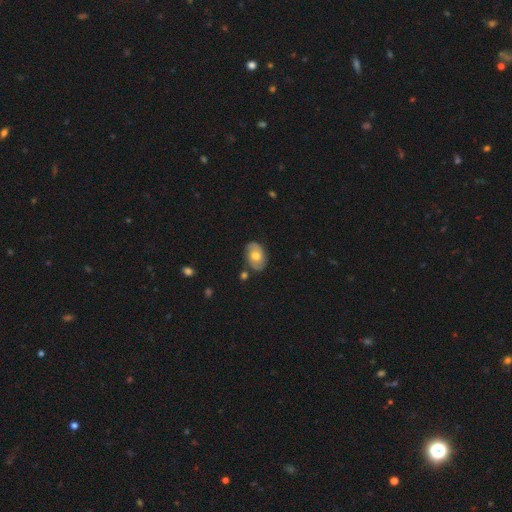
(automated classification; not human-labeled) smooth-or-featured: smooth: 52% | featured or disk: 41% | star or artifact: 7%
  how-rounded: in between: 83% | round: 16% | cigar-shaped: 1%
  merging: none: 79% | minor disturbance: 14% | merger: 3% | major disturbance: 3%